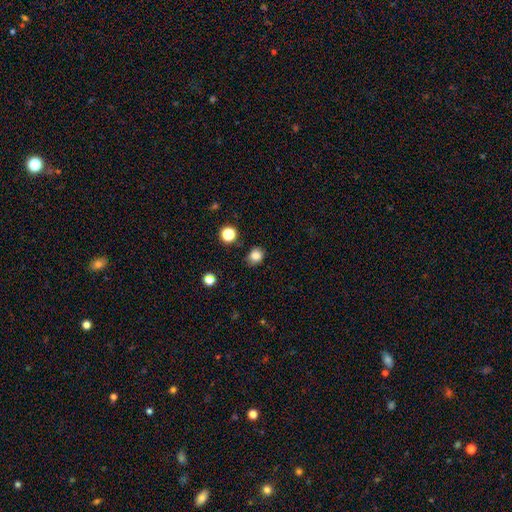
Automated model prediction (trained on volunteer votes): Overall: smooth (83%). How rounded: round (70%). Merging: none (82%).